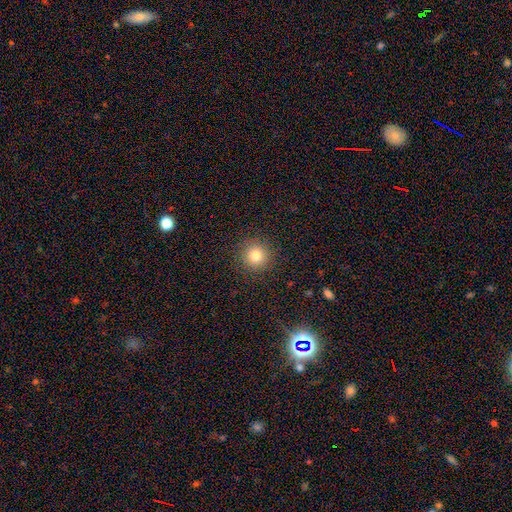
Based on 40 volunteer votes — This is clearly a smooth galaxy (92%). How rounded: clearly round (97%). Merging: clearly none (95%).